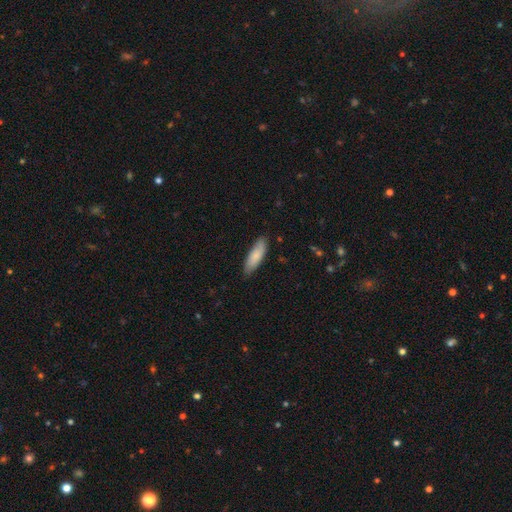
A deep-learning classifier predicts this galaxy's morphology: Smooth or featured?
  - smooth: 83% *
  - featured or disk: 12%
  - star or artifact: 6%
How rounded?
  - in between: 52% *
  - cigar-shaped: 47%
  - round: 1%
Merging?
  - none: 80% *
  - minor disturbance: 17%
  - major disturbance: 2%
  - merger: 1%